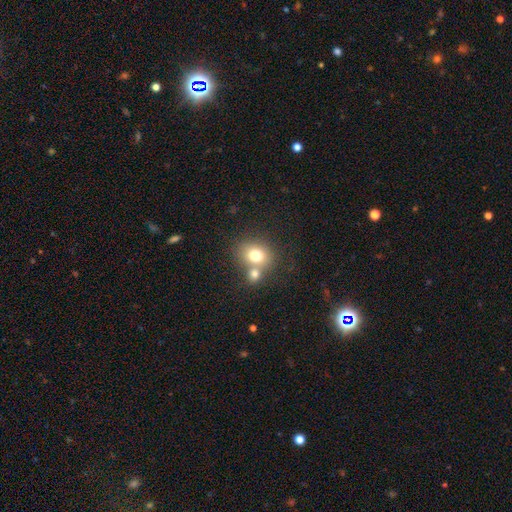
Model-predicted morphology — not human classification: Q: Smooth or featured?
A: smooth (75%); runner-up: featured or disk (14%)
Q: How rounded?
A: round (64%); runner-up: in between (35%)
Q: Merging?
A: none (45%); runner-up: merger (43%)